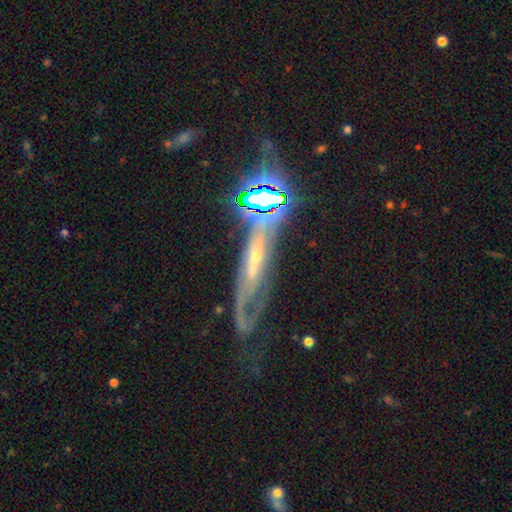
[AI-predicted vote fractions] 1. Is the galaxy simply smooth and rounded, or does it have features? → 63% featured or disk, 22% star or artifact, 16% smooth.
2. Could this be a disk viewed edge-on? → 59% yes, 41% no.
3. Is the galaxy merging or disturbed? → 38% none, 27% merger, 19% major disturbance, 17% minor disturbance.